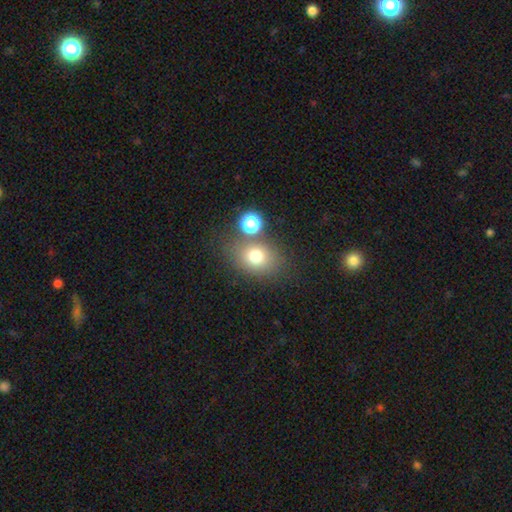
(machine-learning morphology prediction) Smooth or featured? Predicted: smooth (p=0.74). How rounded? Predicted: in between (p=0.50). Merging? Predicted: none (p=0.66).